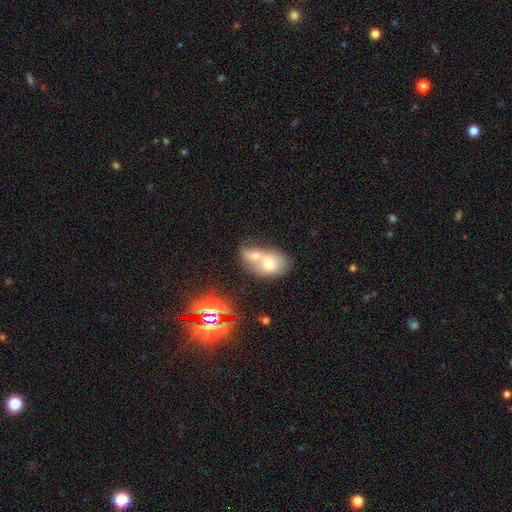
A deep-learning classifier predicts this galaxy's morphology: smooth 62%, featured or disk 26%, star or artifact 12%. Down the decision tree: how rounded — in between (66%); merging — merger (75%).